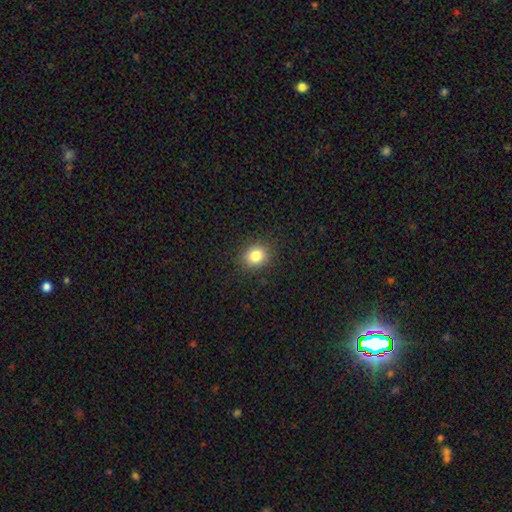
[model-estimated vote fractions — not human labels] smooth_or_featured: smooth (p=0.82) [alt: star or artifact p=0.12]
how_rounded: round (p=0.72) [alt: in between p=0.27]
merging: none (p=0.89) [alt: minor disturbance p=0.08]